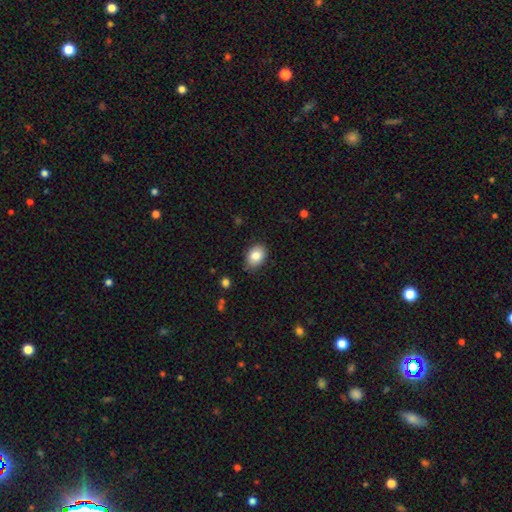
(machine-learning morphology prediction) Smooth or featured? smooth (84%)
How rounded? in between (76%)
Merging? none (79%)